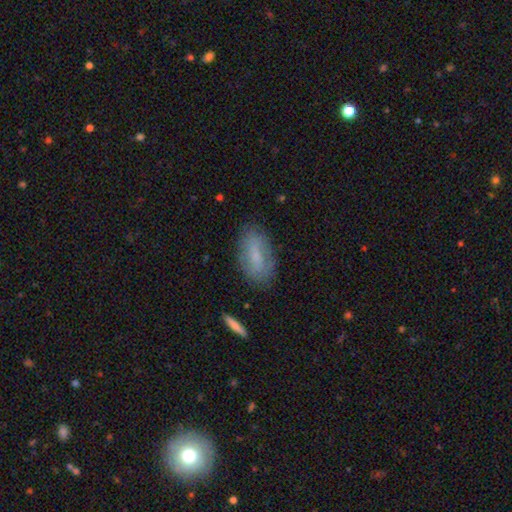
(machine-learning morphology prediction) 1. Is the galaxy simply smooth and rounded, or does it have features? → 66% smooth, 27% featured or disk, 8% star or artifact.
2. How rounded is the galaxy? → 86% in between, 11% cigar-shaped, 4% round.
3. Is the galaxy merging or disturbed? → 78% none, 16% minor disturbance, 4% major disturbance, 2% merger.